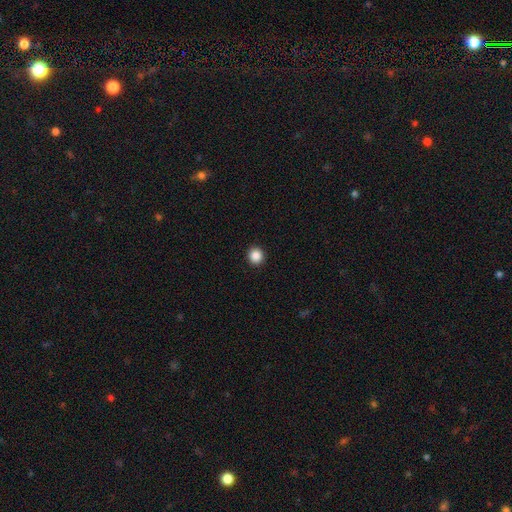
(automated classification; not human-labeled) A smooth galaxy with no disk features (87%) that is round (93%).

Vote fractions:
- Smooth or featured? smooth: 87% / star or artifact: 10% / featured or disk: 3%
- How rounded? round: 93% / in between: 6% / cigar-shaped: 1%
- Merging? none: 93% / minor disturbance: 4% / major disturbance: 2% / merger: 1%